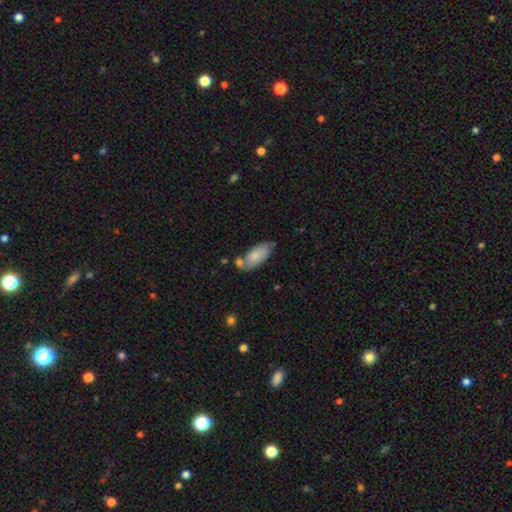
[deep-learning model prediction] This appears to be a smooth galaxy with no disk features (76%) that is in between round and cigar-shaped (87%). Merging: none (53%).